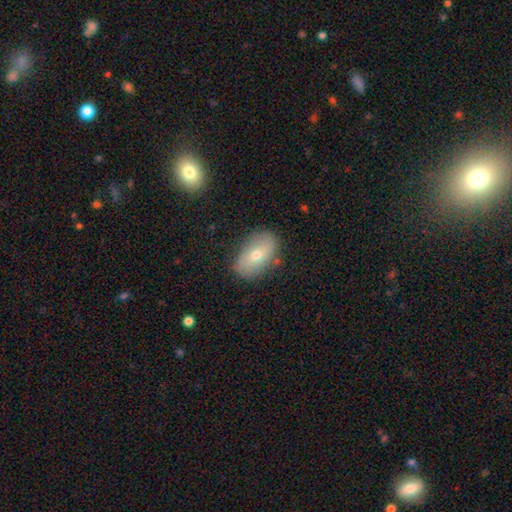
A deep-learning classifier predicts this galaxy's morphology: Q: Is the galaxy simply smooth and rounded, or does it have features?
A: smooth — 63%.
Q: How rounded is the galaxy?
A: in between — 89%.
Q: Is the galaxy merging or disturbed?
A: none — 82%.